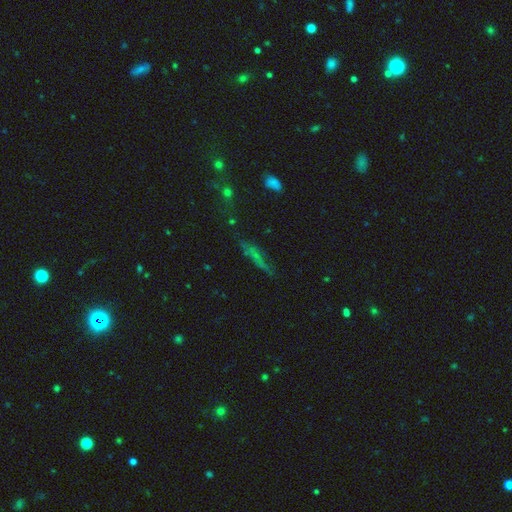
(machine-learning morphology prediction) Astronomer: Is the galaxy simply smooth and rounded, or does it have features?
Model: smooth — 45% (runner-up: featured or disk, 32%).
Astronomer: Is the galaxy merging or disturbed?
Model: none — 61%.